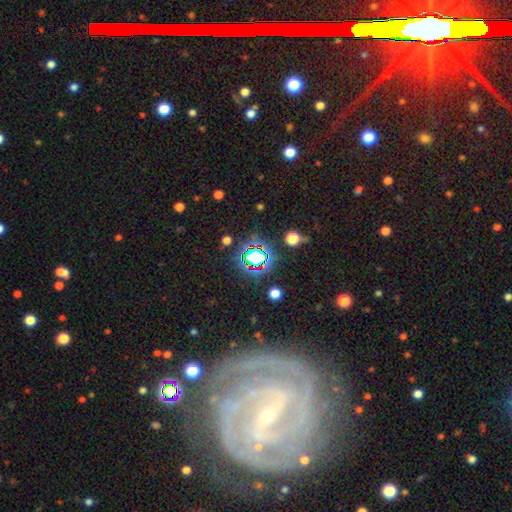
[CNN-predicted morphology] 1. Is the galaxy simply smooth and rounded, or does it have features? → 67% star or artifact, 22% smooth, 11% featured or disk.